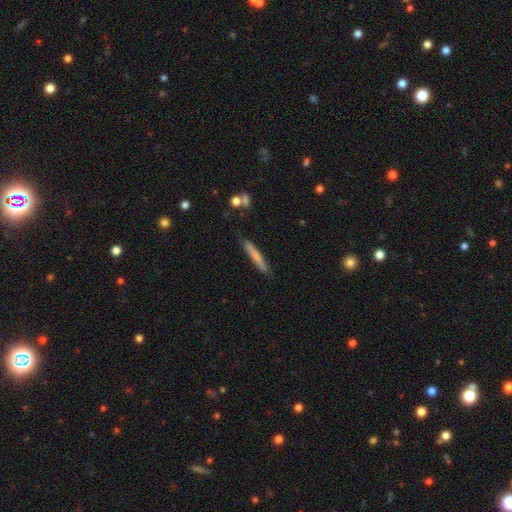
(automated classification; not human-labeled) Q: Smooth or featured?
A: smooth (62%); runner-up: featured or disk (32%)
Q: How rounded?
A: cigar-shaped (93%); runner-up: in between (6%)
Q: Merging?
A: none (82%); runner-up: minor disturbance (14%)